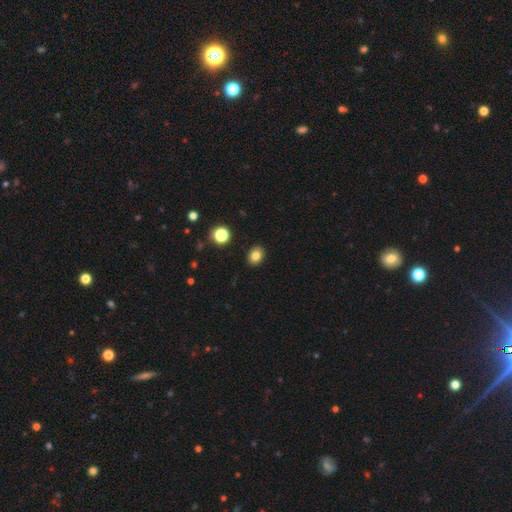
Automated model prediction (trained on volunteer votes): The model was most divided on "how rounded": in between: 53%, round: 46%, cigar-shaped: 1%. More confident: merging — none (90%); smooth or featured — smooth (82%).